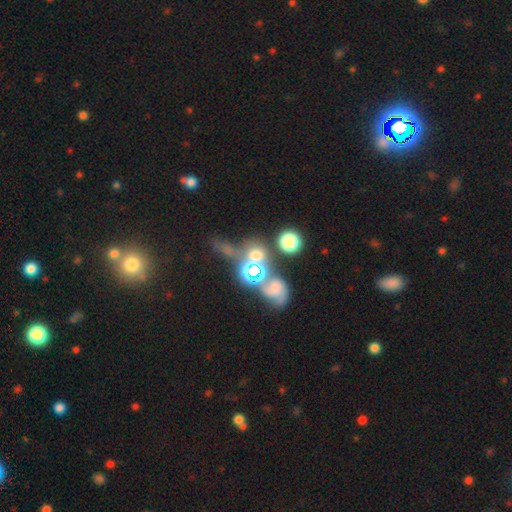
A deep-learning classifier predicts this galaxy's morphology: Smooth or featured? smooth (50%)
How rounded? round (75%)
Merging? none (38%)